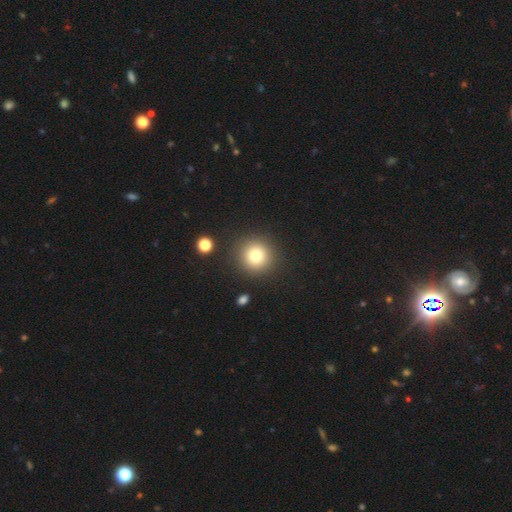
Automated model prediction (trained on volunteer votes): Q: Smooth or featured?
A: smooth (78%); runner-up: star or artifact (13%)
Q: How rounded?
A: round (94%); runner-up: in between (5%)
Q: Merging?
A: none (89%); runner-up: minor disturbance (6%)